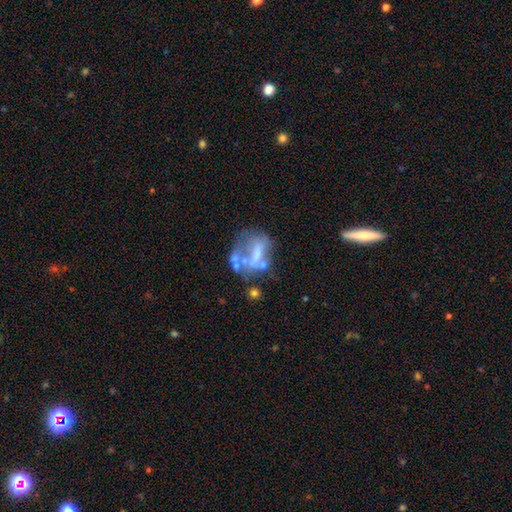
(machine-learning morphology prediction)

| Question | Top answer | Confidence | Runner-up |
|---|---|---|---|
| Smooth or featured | featured or disk | 58% | smooth (28%) |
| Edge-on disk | no | 96% | yes (4%) |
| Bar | no | 62% | weak (22%) |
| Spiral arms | no | 86% | yes (14%) |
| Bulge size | none | 50% | moderate (23%) |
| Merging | none | 32% | major disturbance (29%) |